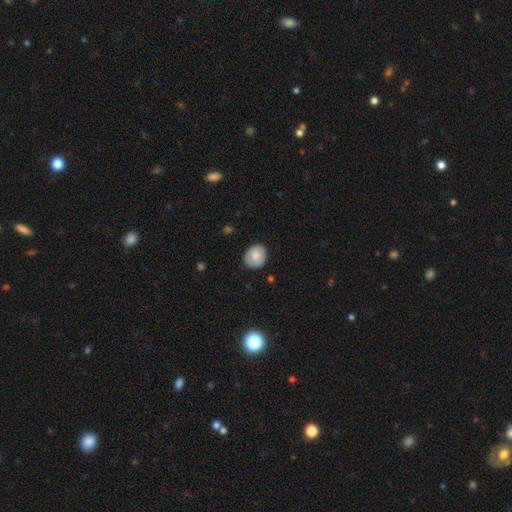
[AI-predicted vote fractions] Morphology: type=smooth (82%); roundness=round (73%); merging=none (83%).